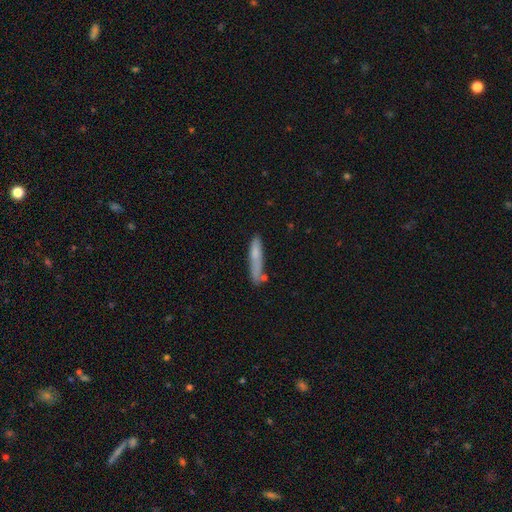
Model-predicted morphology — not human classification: The model was most divided on "merging": none: 65%, minor disturbance: 22%, merger: 8%, major disturbance: 6%. More confident: how rounded — cigar-shaped (88%); smooth or featured — smooth (72%).